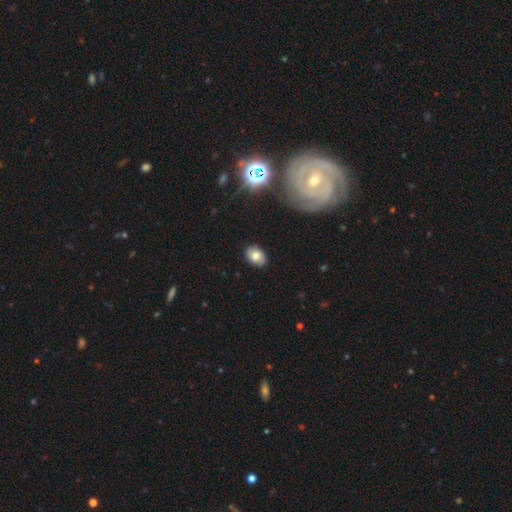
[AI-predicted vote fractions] smooth-or-featured: smooth: 74% | featured or disk: 16% | star or artifact: 10%
  how-rounded: in between: 79% | round: 20% | cigar-shaped: 1%
  merging: none: 86% | minor disturbance: 11% | major disturbance: 2% | merger: 1%